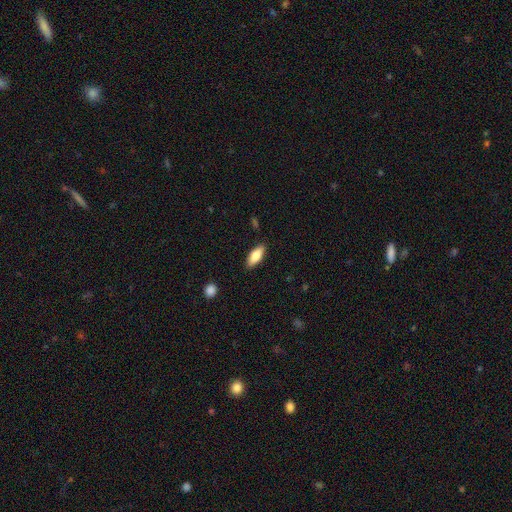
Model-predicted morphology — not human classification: Smooth or featured: smooth — 77% (featured or disk — 16%)
How rounded: in between — 75% (cigar-shaped — 23%)
Merging: none — 87% (minor disturbance — 10%)